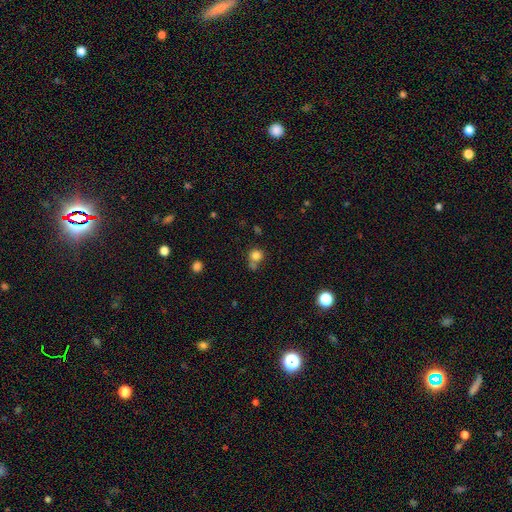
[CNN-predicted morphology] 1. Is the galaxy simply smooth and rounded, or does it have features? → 80% smooth, 13% star or artifact, 8% featured or disk.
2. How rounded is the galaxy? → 87% round, 12% in between, 1% cigar-shaped.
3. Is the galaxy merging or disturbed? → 52% none, 26% merger, 15% minor disturbance, 7% major disturbance.